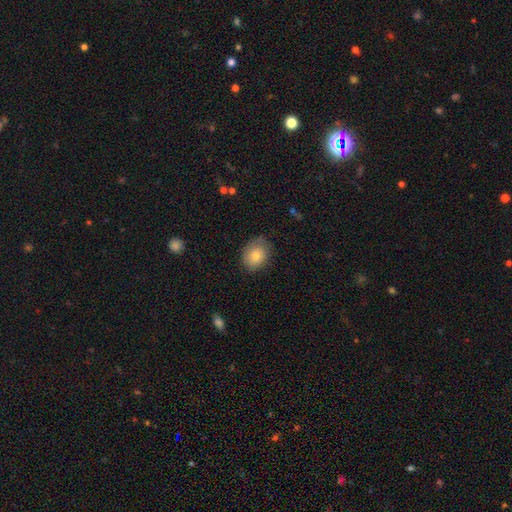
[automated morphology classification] Q: Smooth or featured?
A: smooth (77%); runner-up: featured or disk (15%)
Q: How rounded?
A: in between (54%); runner-up: round (45%)
Q: Merging?
A: none (73%); runner-up: minor disturbance (21%)